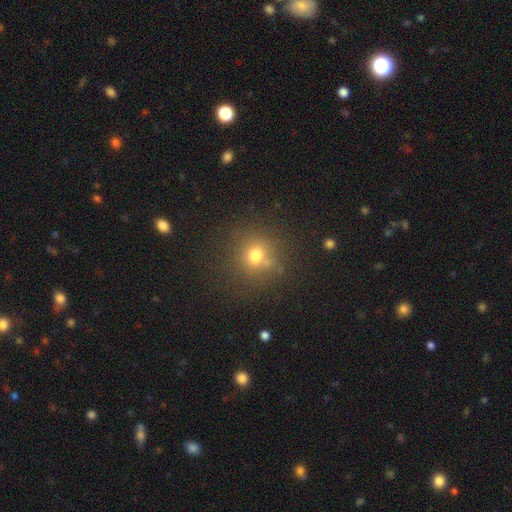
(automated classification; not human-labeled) smooth_or_featured: smooth (p=0.71) [alt: star or artifact p=0.19]
how_rounded: round (p=0.88) [alt: in between p=0.11]
merging: none (p=0.75) [alt: minor disturbance p=0.12]